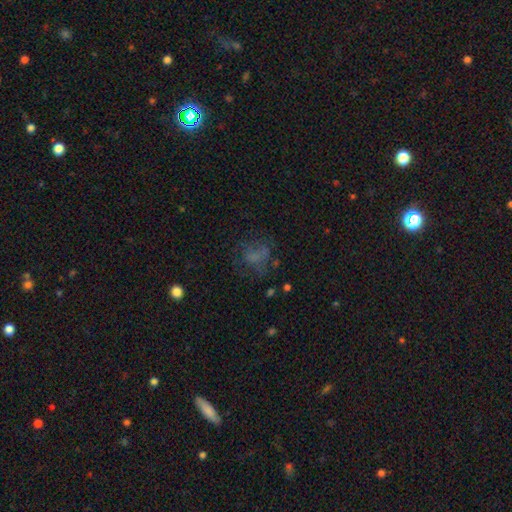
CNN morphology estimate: A smooth galaxy with no disk features (49%). Merging: none (48%).